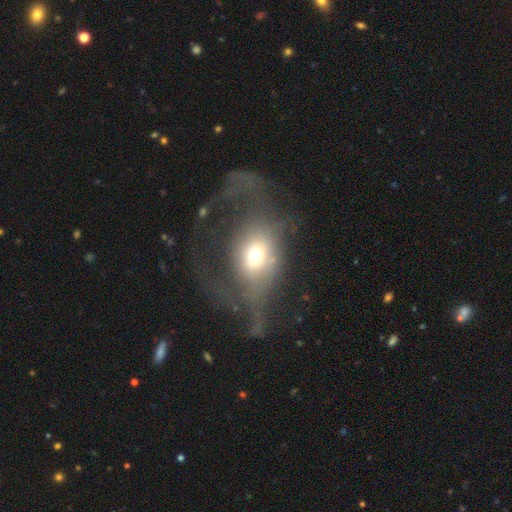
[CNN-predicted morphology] smooth 57%, featured or disk 29%, star or artifact 14%. Down the decision tree: how rounded — in between (52%); merging — major disturbance (46%).